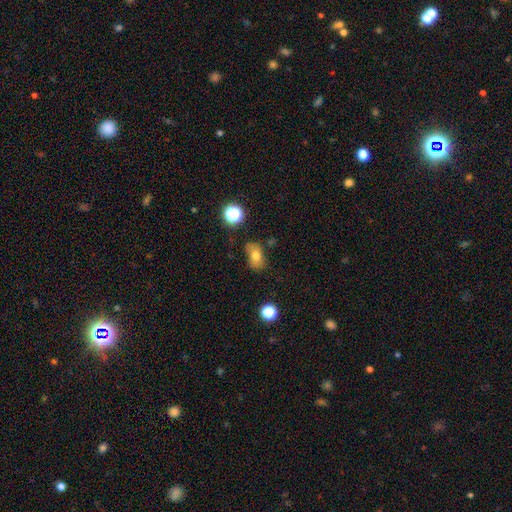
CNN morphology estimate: smooth_or_featured: smooth (p=0.71) [alt: featured or disk p=0.16]
how_rounded: in between (p=0.78) [alt: round p=0.20]
merging: none (p=0.59) [alt: minor disturbance p=0.27]